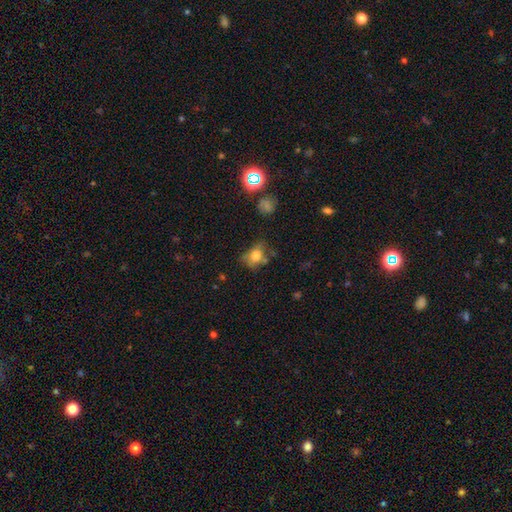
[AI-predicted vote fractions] The model was most divided on "how rounded": in between: 54%, round: 45%, cigar-shaped: 2%. Remaining: smooth or featured — smooth (72%); merging — none (47%).